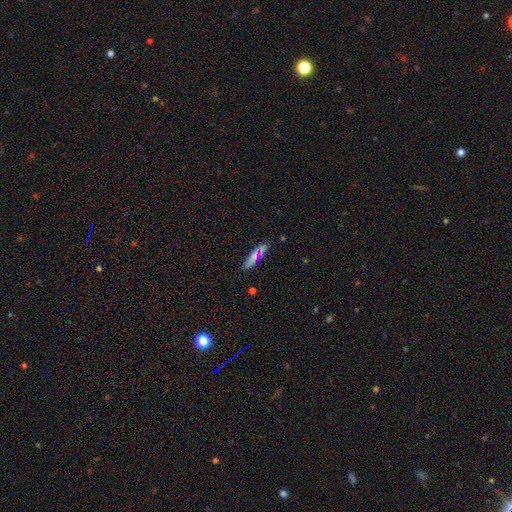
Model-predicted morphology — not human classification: smooth 71%, featured or disk 18%, star or artifact 11%. Down the decision tree: how rounded — cigar-shaped (76%); merging — none (83%).